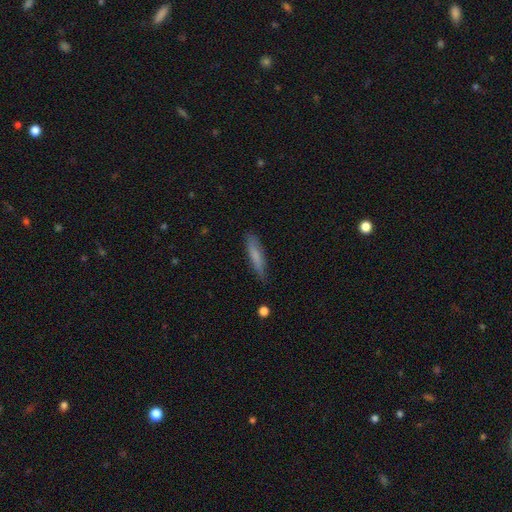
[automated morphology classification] Smooth or featured: smooth — 74% (featured or disk — 20%)
How rounded: cigar-shaped — 84% (in between — 15%)
Merging: none — 80% (minor disturbance — 16%)